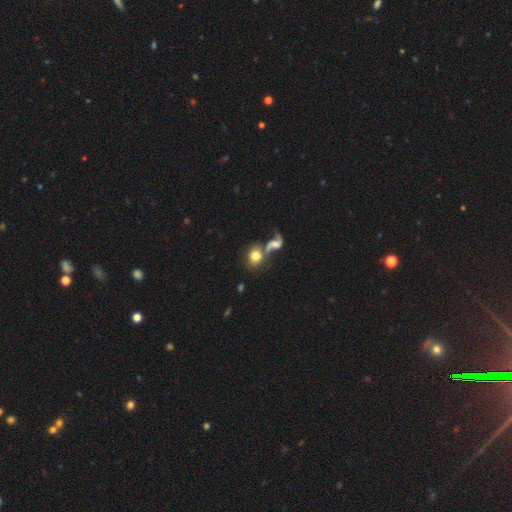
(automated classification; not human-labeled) This is likely a smooth galaxy (71%). How rounded: possibly round (57%). Merging: possibly merger (46%).